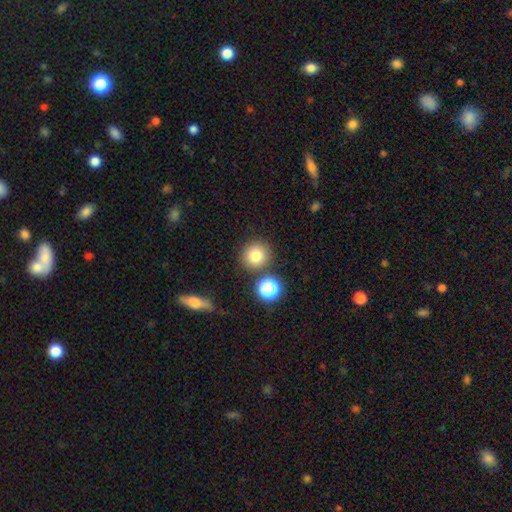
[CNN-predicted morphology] smooth_or_featured: smooth (p=0.79) [alt: star or artifact p=0.13]
how_rounded: round (p=0.93) [alt: in between p=0.06]
merging: none (p=0.81) [alt: merger p=0.08]